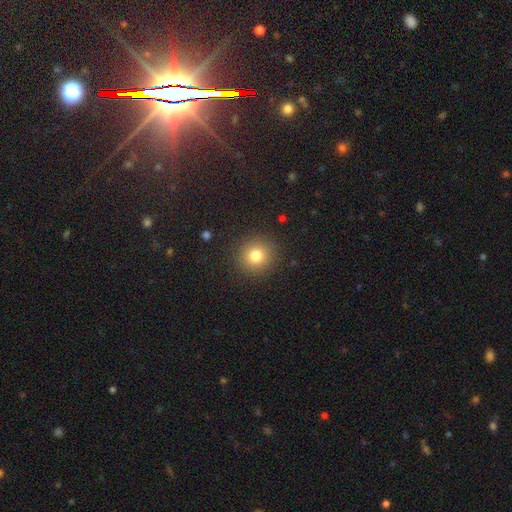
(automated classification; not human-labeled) Overall: smooth (79%). How rounded: round (92%). Merging: none (90%).